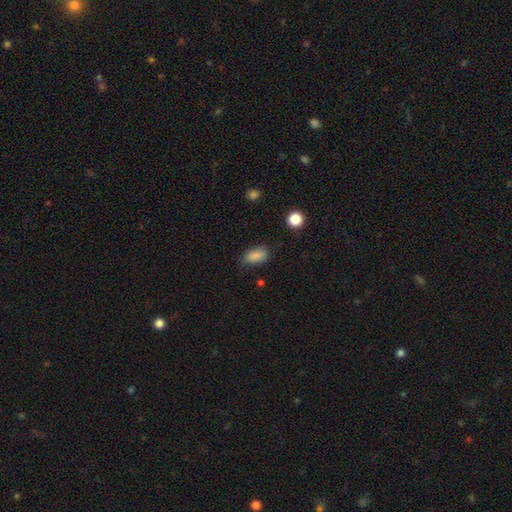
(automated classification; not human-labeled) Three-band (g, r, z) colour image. It shows a smooth galaxy with no disk features (86%) that is in between round and cigar-shaped (90%). Merging: none (69%).